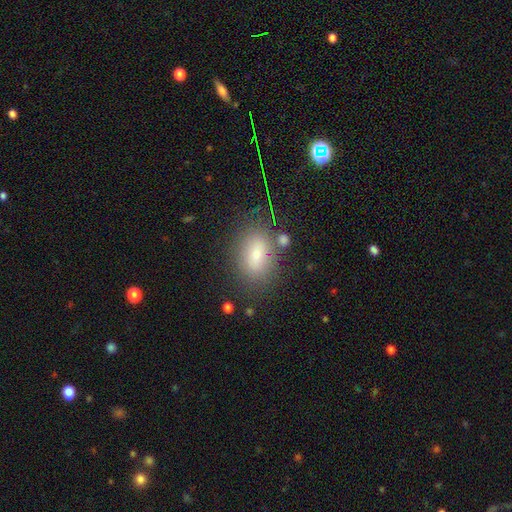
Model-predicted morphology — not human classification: Smooth or featured: smooth — 70% (featured or disk — 17%)
How rounded: in between — 82% (round — 15%)
Merging: none — 75% (minor disturbance — 14%)